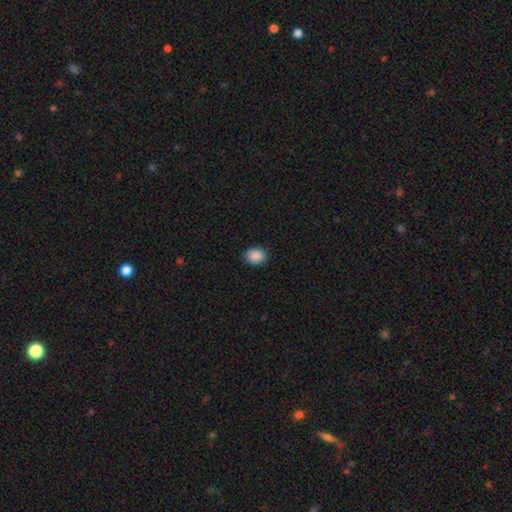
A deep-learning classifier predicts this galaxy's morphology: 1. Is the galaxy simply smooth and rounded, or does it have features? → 89% smooth, 8% star or artifact, 3% featured or disk.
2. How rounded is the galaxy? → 65% in between, 34% round, 1% cigar-shaped.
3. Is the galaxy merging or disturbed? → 86% none, 11% minor disturbance, 2% major disturbance, 1% merger.